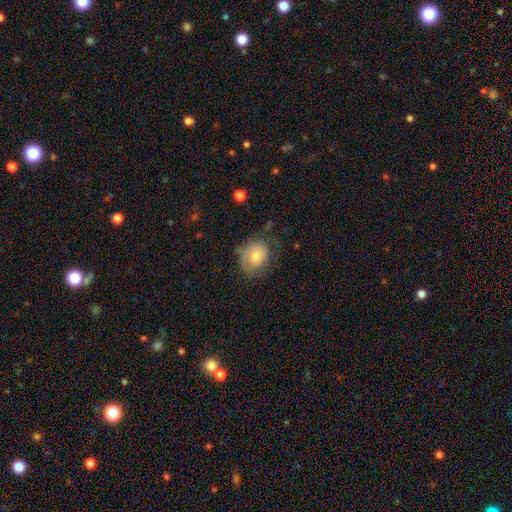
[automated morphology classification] smooth-or-featured: smooth: 68% | featured or disk: 24% | star or artifact: 8%
  how-rounded: round: 61% | in between: 38% | cigar-shaped: 1%
  merging: none: 56% | minor disturbance: 29% | major disturbance: 13% | merger: 2%